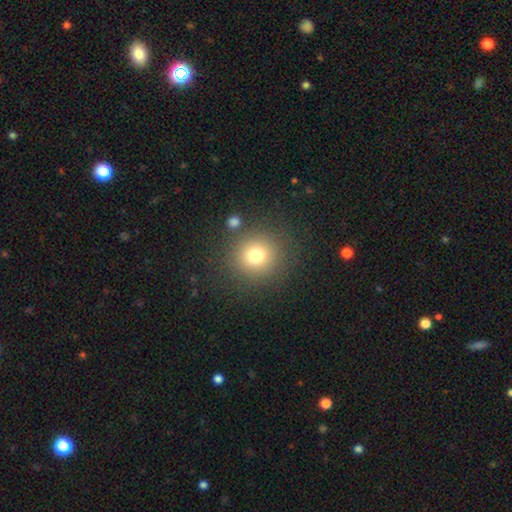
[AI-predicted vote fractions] This is likely a smooth galaxy (75%). How rounded: clearly round (90%). Merging: clearly none (84%).